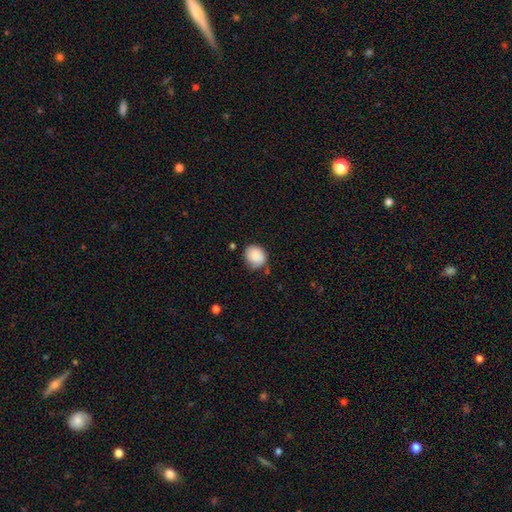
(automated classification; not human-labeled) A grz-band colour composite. It shows a smooth galaxy with no disk features (86%) that is round (71%). Merging: none (68%).